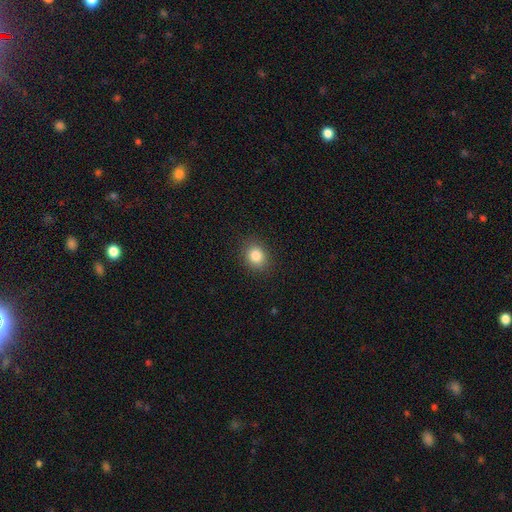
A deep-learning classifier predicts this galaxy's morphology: Q: Smooth or featured?
A: smooth (83%); runner-up: star or artifact (11%)
Q: How rounded?
A: round (65%); runner-up: in between (34%)
Q: Merging?
A: none (89%); runner-up: minor disturbance (8%)